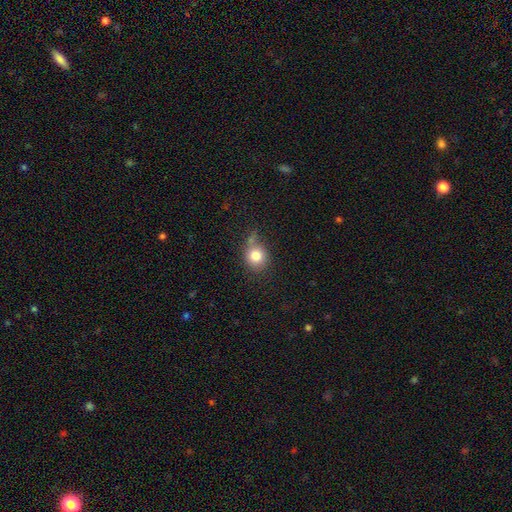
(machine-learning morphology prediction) smooth-or-featured: smooth: 81% | star or artifact: 10% | featured or disk: 9%
  how-rounded: round: 79% | in between: 20% | cigar-shaped: 1%
  merging: none: 56% | minor disturbance: 23% | merger: 12% | major disturbance: 9%